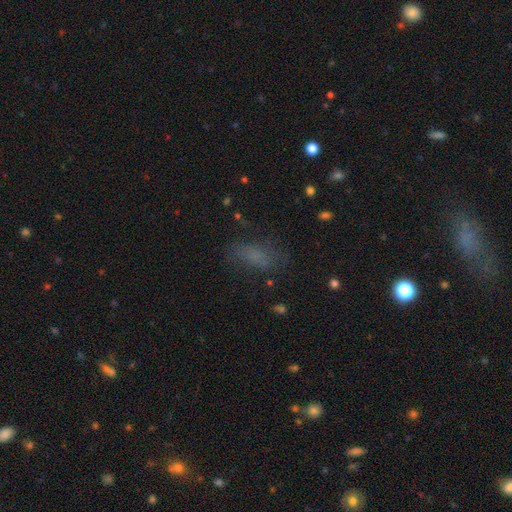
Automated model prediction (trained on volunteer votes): Smooth or featured? Predicted: smooth (p=0.64). How rounded? Predicted: in between (p=0.75). Merging? Predicted: none (p=0.63).